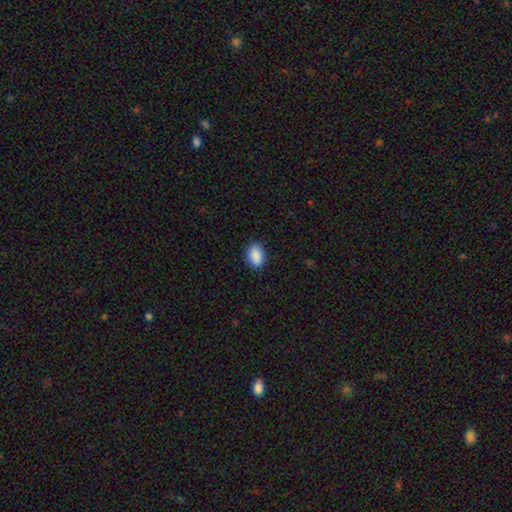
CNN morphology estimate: Smooth or featured? smooth (89%)
How rounded? in between (86%)
Merging? none (86%)